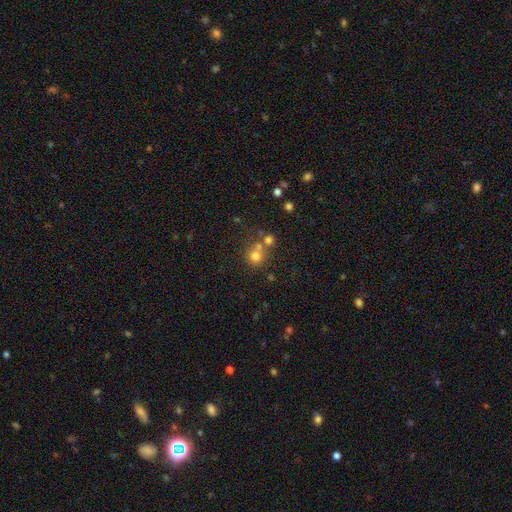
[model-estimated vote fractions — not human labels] This appears to be a smooth galaxy with no disk features (71%) that is round (86%). Merging: none (51%).